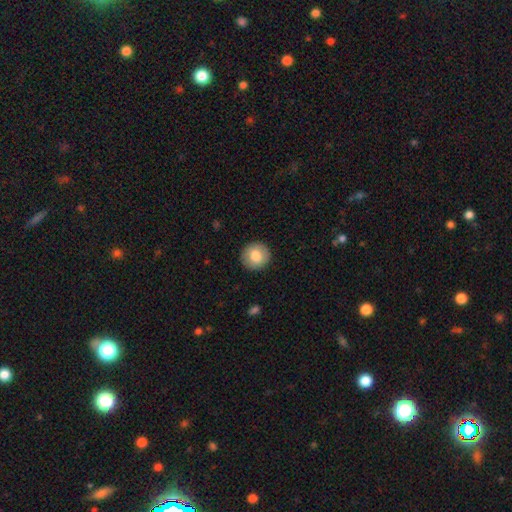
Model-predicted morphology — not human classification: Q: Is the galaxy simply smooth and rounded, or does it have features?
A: smooth — 80%.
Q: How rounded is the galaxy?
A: round — 93%.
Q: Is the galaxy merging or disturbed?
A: none — 91%.